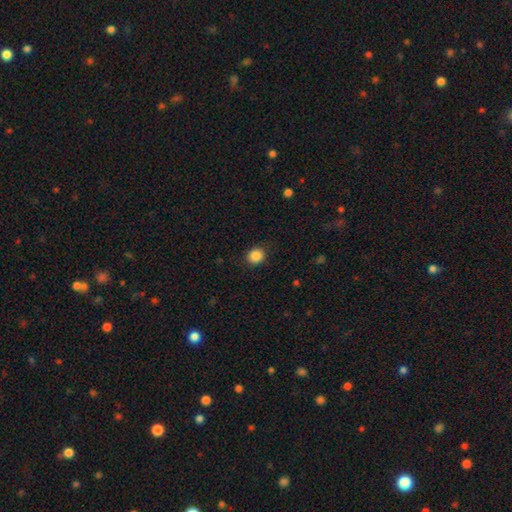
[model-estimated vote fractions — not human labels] Q: Smooth or featured?
A: smooth (87%); runner-up: star or artifact (10%)
Q: How rounded?
A: round (79%); runner-up: in between (20%)
Q: Merging?
A: none (87%); runner-up: minor disturbance (9%)